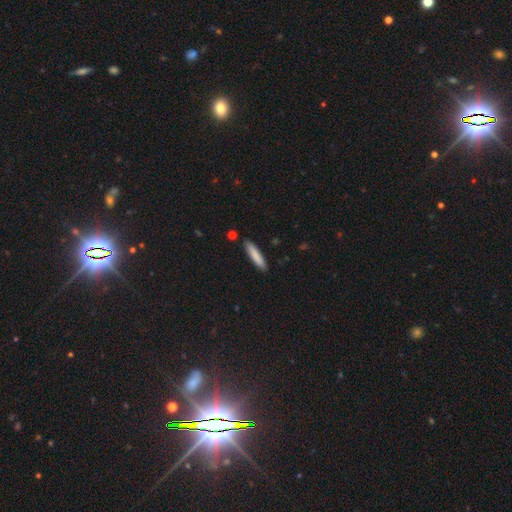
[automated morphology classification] smooth_or_featured: smooth (p=0.83) [alt: featured or disk p=0.11]
how_rounded: cigar-shaped (p=0.88) [alt: in between p=0.11]
merging: none (p=0.88) [alt: minor disturbance p=0.09]